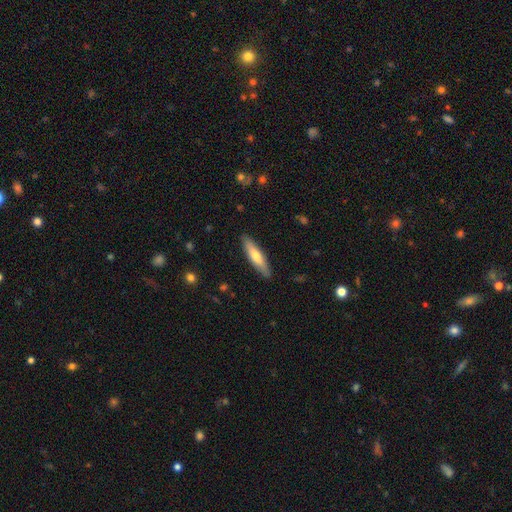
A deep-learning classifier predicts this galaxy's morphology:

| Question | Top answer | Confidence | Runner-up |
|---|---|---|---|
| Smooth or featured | smooth | 61% | featured or disk (34%) |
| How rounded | cigar-shaped | 79% | in between (20%) |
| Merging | none | 89% | minor disturbance (9%) |